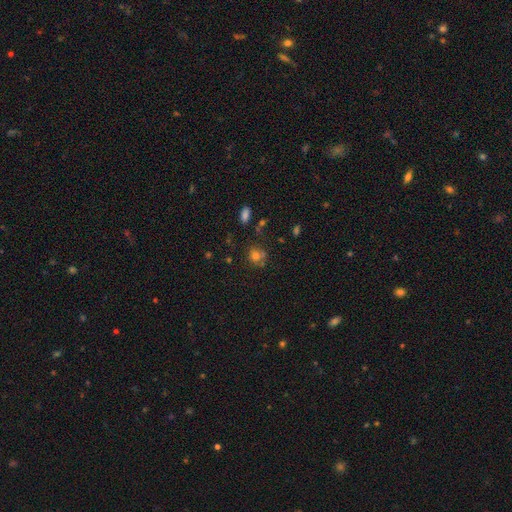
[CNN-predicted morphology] A smooth galaxy with no disk features (70%) that is round (71%).

Vote fractions:
- Smooth or featured? smooth: 70% / star or artifact: 16% / featured or disk: 14%
- How rounded? round: 71% / in between: 28% / cigar-shaped: 1%
- Merging? none: 56% / minor disturbance: 19% / merger: 16% / major disturbance: 8%